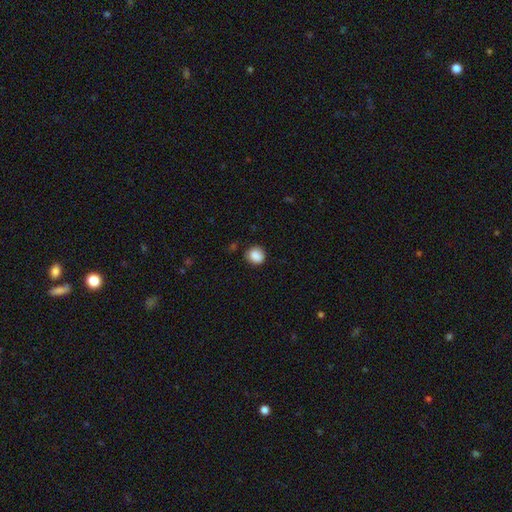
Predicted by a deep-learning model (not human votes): This appears to be a smooth galaxy with no disk features (88%) that is round (79%). Merging: none (82%).